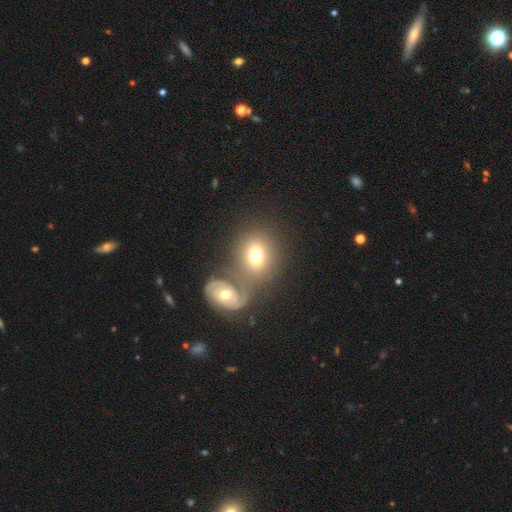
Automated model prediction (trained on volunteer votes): The model was most divided on "how rounded": in between: 51%, round: 48%, cigar-shaped: 1%. Remaining: smooth or featured — smooth (58%); merging — none (45%).